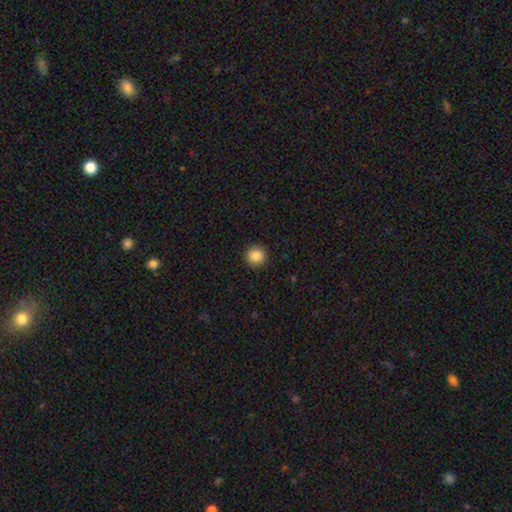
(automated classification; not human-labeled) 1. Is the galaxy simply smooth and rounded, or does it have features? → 87% smooth, 9% star or artifact, 3% featured or disk.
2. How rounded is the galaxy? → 95% round, 4% in between, 1% cigar-shaped.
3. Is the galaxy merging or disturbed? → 92% none, 5% minor disturbance, 2% major disturbance, 1% merger.